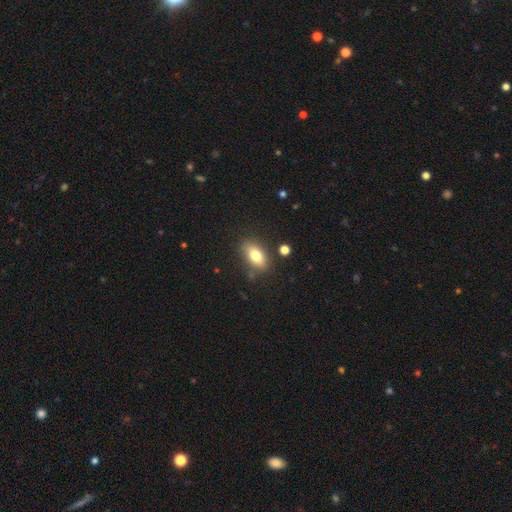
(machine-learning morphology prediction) smooth 77%, featured or disk 14%, star or artifact 9%. Down the decision tree: how rounded — in between (87%); merging — none (80%).